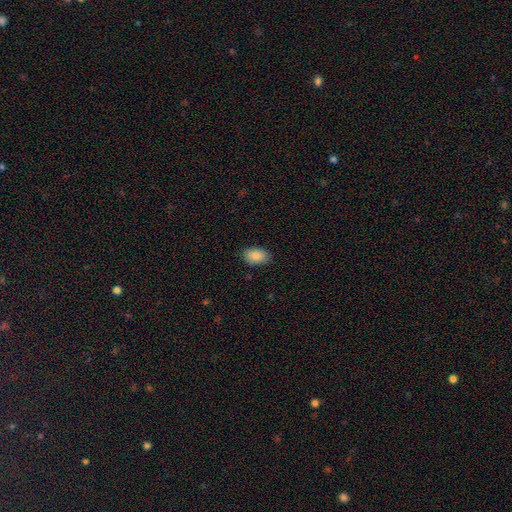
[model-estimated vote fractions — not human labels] Smooth or featured?
  - smooth: 88% *
  - star or artifact: 7%
  - featured or disk: 5%
How rounded?
  - in between: 89% *
  - round: 9%
  - cigar-shaped: 1%
Merging?
  - none: 85% *
  - minor disturbance: 11%
  - major disturbance: 2%
  - merger: 1%